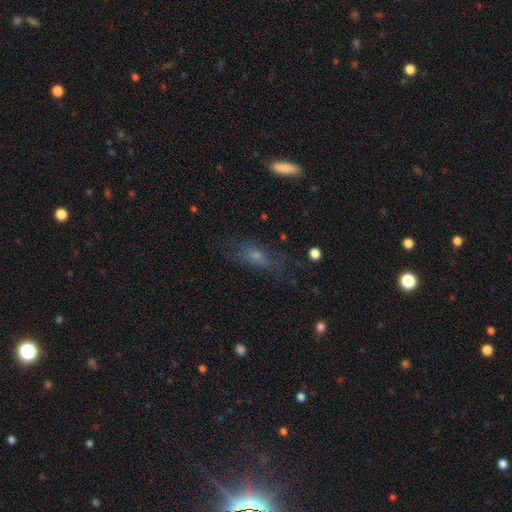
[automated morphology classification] A smooth galaxy with no disk features (50%).

Vote fractions:
- Smooth or featured? smooth: 50% / featured or disk: 32% / star or artifact: 18%
- Merging? none: 62% / minor disturbance: 21% / major disturbance: 15% / merger: 2%